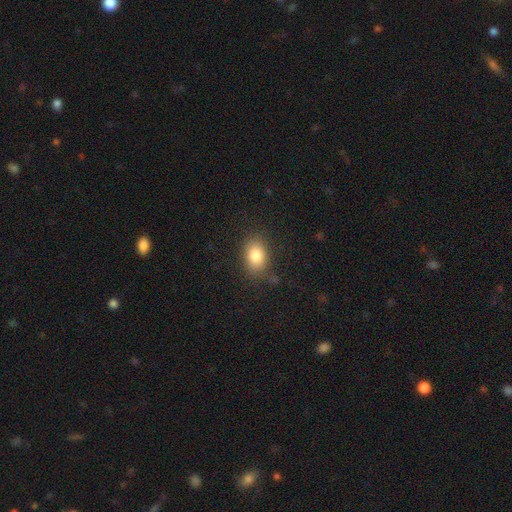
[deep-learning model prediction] This appears to be a smooth galaxy with no disk features (84%) that is in between round and cigar-shaped (76%). Merging: none (77%).